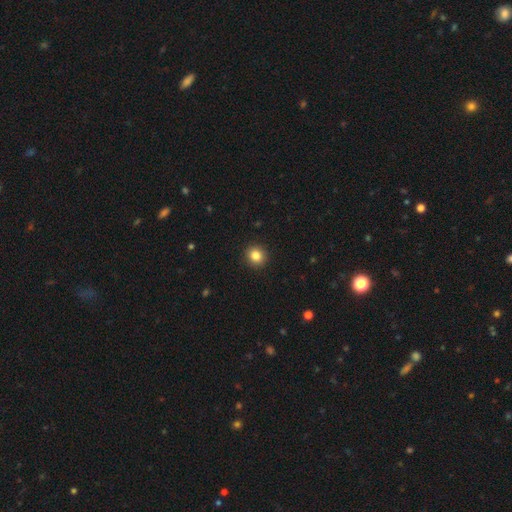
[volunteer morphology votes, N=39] smooth 90%, featured or disk 5%, star or artifact 5%. Down the decision tree: how rounded — round (86%); merging — none (92%).